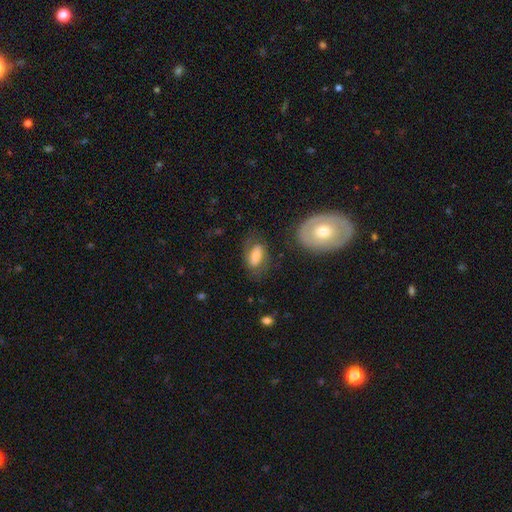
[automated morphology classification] type=smooth (56%); roundness=in between (88%); merging=none (66%).